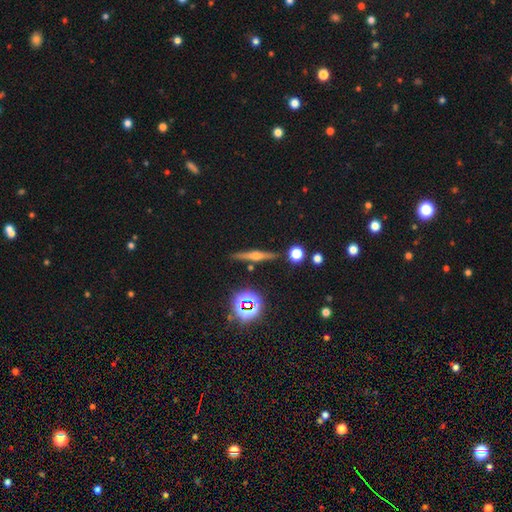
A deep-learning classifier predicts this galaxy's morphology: The model was most divided on "smooth or featured": featured or disk: 61%, smooth: 26%, star or artifact: 13%. More confident: edge-on disk — yes (96%); edge-on bulge — rounded (89%); merging — none (87%).